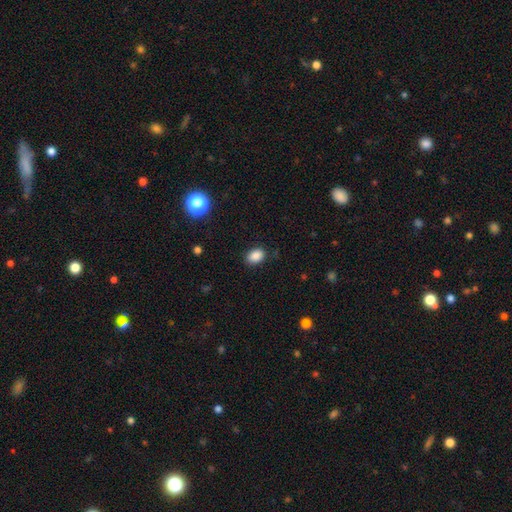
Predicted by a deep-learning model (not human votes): A smooth galaxy with no disk features (87%) that is in between round and cigar-shaped (77%).

Vote fractions:
- Smooth or featured? smooth: 87% / star or artifact: 10% / featured or disk: 3%
- How rounded? in between: 77% / round: 22% / cigar-shaped: 1%
- Merging? none: 84% / minor disturbance: 12% / major disturbance: 3% / merger: 1%